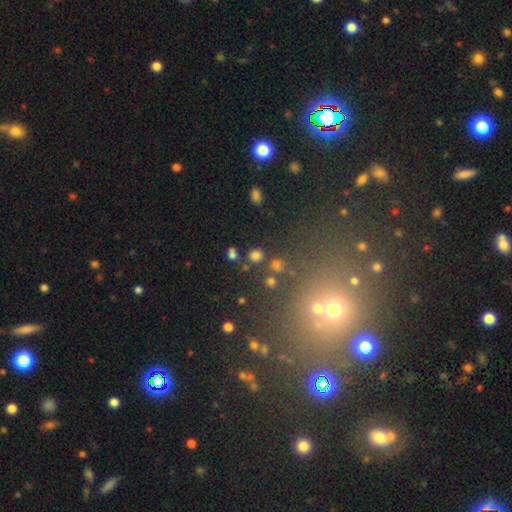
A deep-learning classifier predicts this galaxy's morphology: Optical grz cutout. It shows a smooth galaxy with no disk features (75%) that is round (86%). Merging: none (81%).